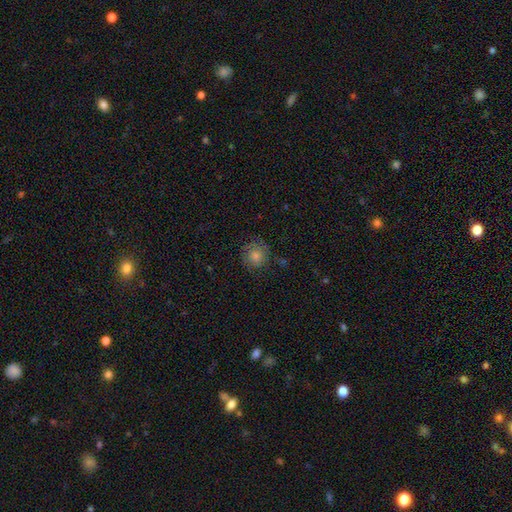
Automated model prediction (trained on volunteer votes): Morphology: type=smooth (55%); roundness=round (89%); merging=none (78%).